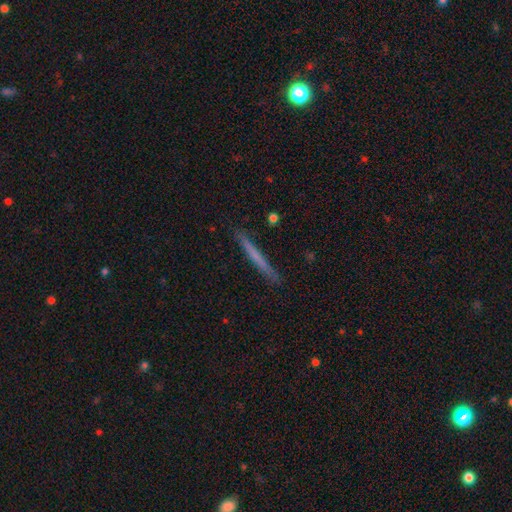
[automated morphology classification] smooth-or-featured: smooth: 59% | featured or disk: 36% | star or artifact: 6%
  how-rounded: cigar-shaped: 97% | in between: 2% | round: 1%
  merging: none: 90% | minor disturbance: 7% | major disturbance: 1% | merger: 1%